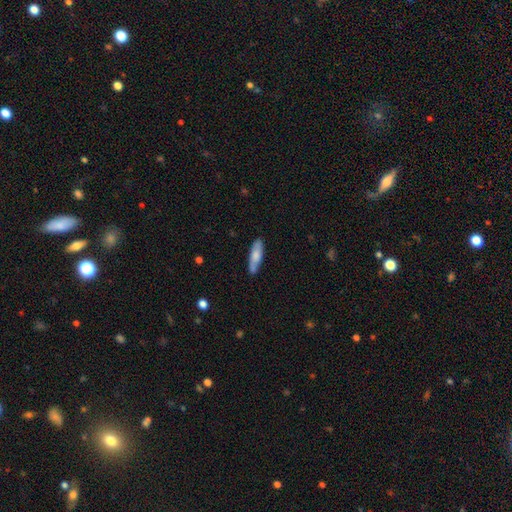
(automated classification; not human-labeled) Smooth or featured? Predicted: smooth (p=0.72). How rounded? Predicted: cigar-shaped (p=0.61). Merging? Predicted: none (p=0.79).